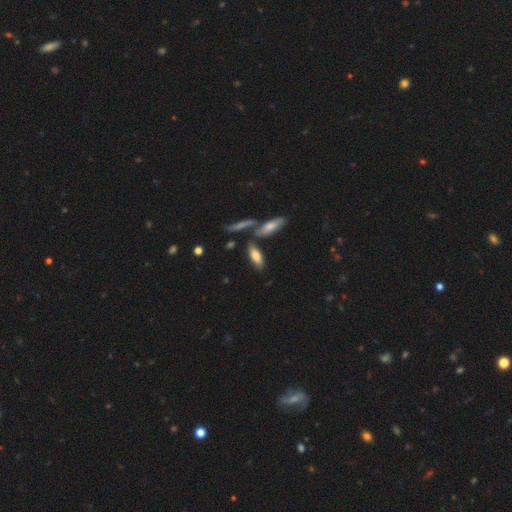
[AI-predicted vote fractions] A smooth galaxy with no disk features (75%) that is in between round and cigar-shaped (70%). Merging: none (63%).